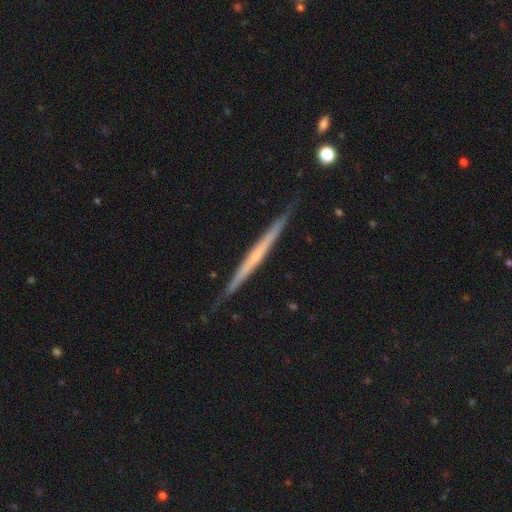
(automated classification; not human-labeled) smooth-or-featured: featured or disk: 64% | smooth: 31% | star or artifact: 5%
  disk-edge-on: yes: 98% | no: 2%
    edge-on-bulge: none: 83% | rounded: 13% | boxy: 5%
  merging: none: 88% | minor disturbance: 10% | major disturbance: 1% | merger: 1%